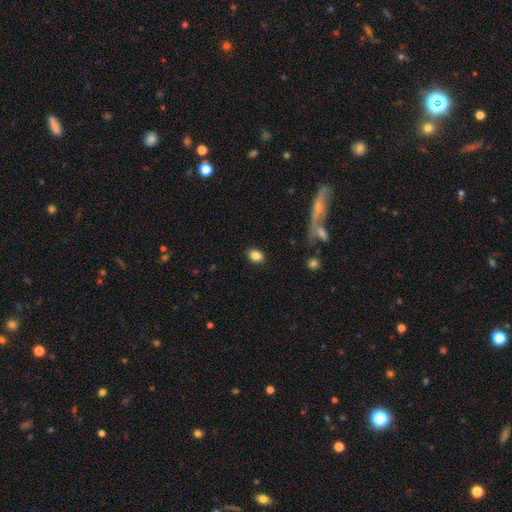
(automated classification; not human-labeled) Q: Smooth or featured?
A: smooth (85%); runner-up: star or artifact (9%)
Q: How rounded?
A: in between (79%); runner-up: round (20%)
Q: Merging?
A: none (87%); runner-up: minor disturbance (9%)